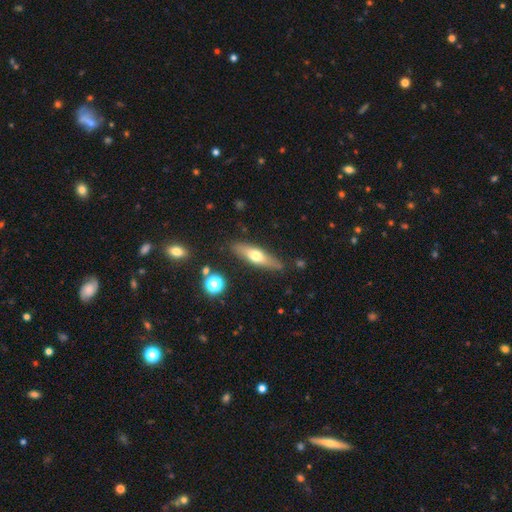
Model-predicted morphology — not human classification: type=smooth (51%); roundness=cigar-shaped (69%); merging=none (84%).